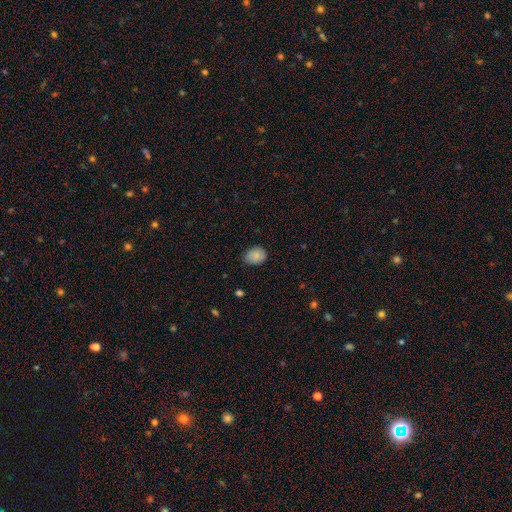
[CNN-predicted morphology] Smooth or featured? smooth (85%)
How rounded? in between (62%)
Merging? none (77%)